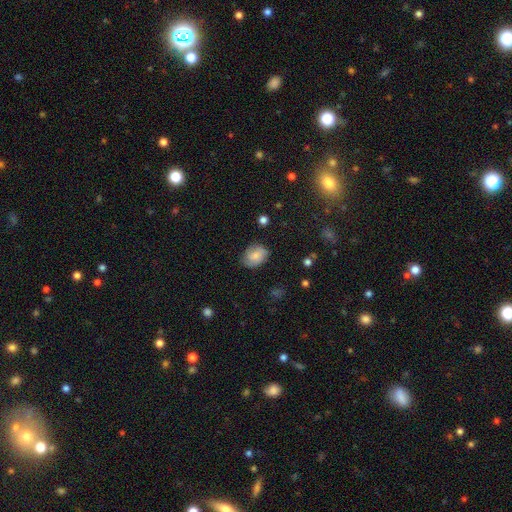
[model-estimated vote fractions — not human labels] Smooth or featured: smooth — 75% (featured or disk — 17%)
How rounded: in between — 71% (round — 28%)
Merging: none — 73% (minor disturbance — 21%)